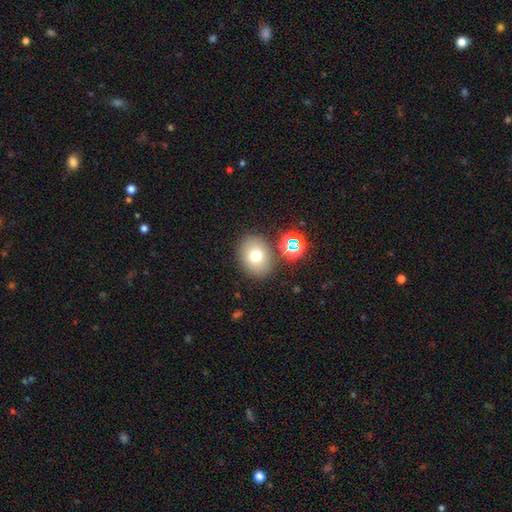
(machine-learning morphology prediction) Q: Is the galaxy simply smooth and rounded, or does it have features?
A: smooth — 72%.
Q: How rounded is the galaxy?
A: in between — 50%.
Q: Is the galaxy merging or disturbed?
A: none — 81%.